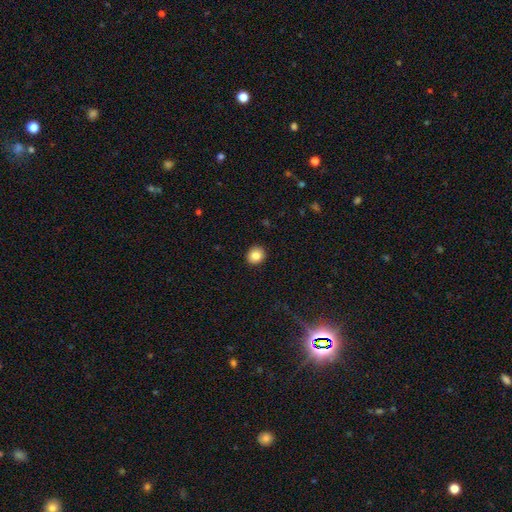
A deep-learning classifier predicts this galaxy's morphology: Smooth or featured?
  - smooth: 84% *
  - star or artifact: 10%
  - featured or disk: 6%
How rounded?
  - round: 80% *
  - in between: 19%
  - cigar-shaped: 1%
Merging?
  - none: 92% *
  - minor disturbance: 6%
  - major disturbance: 2%
  - merger: 1%